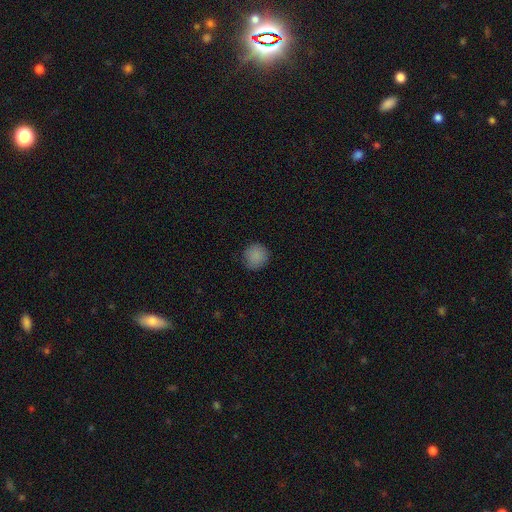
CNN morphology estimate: smooth_or_featured: smooth (p=0.87) [alt: star or artifact p=0.09]
how_rounded: round (p=0.93) [alt: in between p=0.06]
merging: none (p=0.87) [alt: minor disturbance p=0.10]